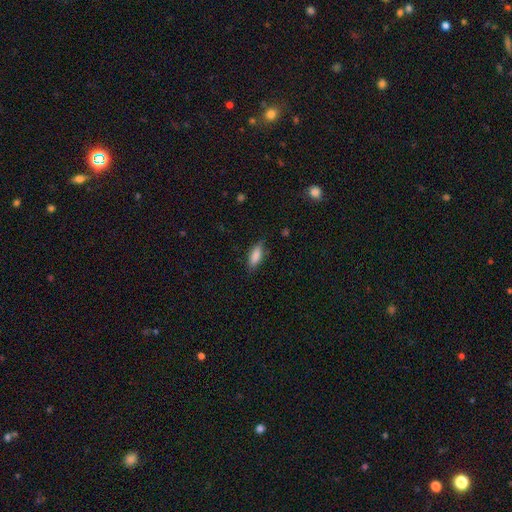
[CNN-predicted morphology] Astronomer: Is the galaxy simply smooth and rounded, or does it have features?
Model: smooth — 82%.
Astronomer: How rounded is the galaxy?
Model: in between — 67%.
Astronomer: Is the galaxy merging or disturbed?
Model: none — 78%.